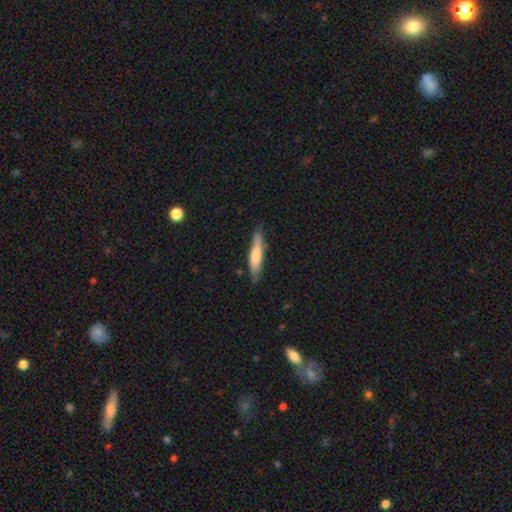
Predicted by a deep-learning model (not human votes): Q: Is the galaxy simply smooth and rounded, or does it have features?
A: smooth — 62%.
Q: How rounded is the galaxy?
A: cigar-shaped — 82%.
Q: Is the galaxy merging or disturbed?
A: none — 78%.